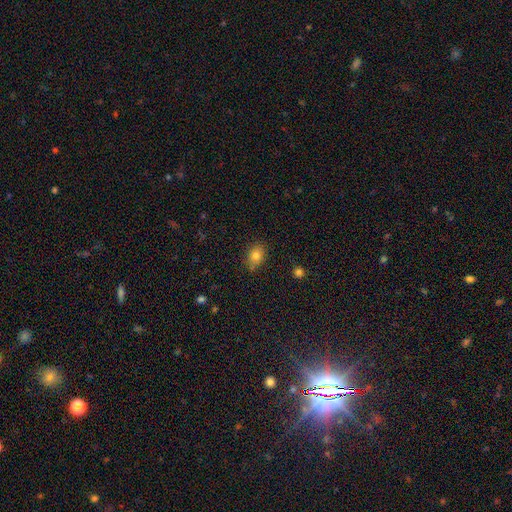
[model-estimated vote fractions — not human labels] Morphology: type=smooth (80%); roundness=in between (62%); merging=none (78%).